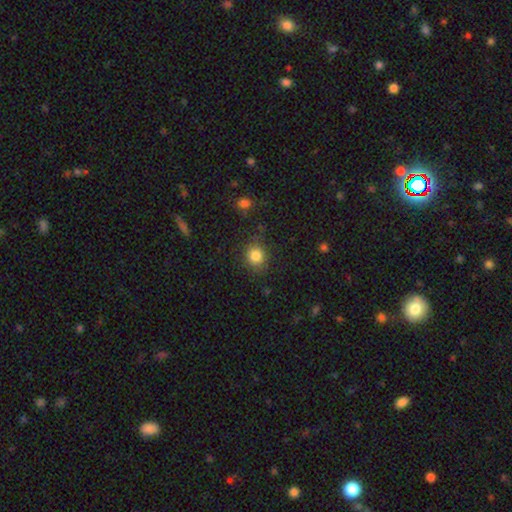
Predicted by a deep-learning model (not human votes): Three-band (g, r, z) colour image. It shows a smooth galaxy with no disk features (83%) that is round (83%). Merging: none (84%).